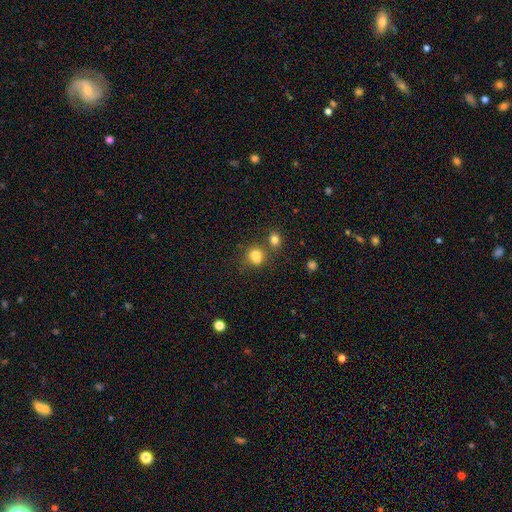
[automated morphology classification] Smooth or featured? Predicted: smooth (p=0.77). How rounded? Predicted: round (p=0.67). Merging? Predicted: none (p=0.50).